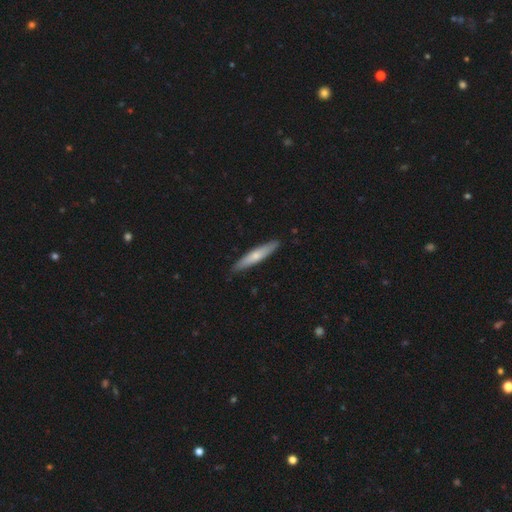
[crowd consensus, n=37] smooth-or-featured: smooth: 62% | featured or disk: 38% | star or artifact: 0%
  how-rounded: cigar-shaped: 87% | in between: 13% | round: 0%
  merging: none: 97% | minor disturbance: 3% | major disturbance: 0% | merger: 0%